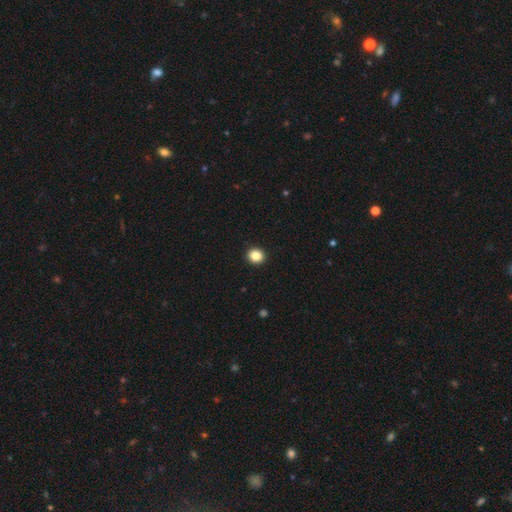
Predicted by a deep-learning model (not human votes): smooth-or-featured: smooth: 86% | star or artifact: 10% | featured or disk: 4%
  how-rounded: round: 84% | in between: 15% | cigar-shaped: 1%
  merging: none: 94% | minor disturbance: 4% | major disturbance: 1% | merger: 1%